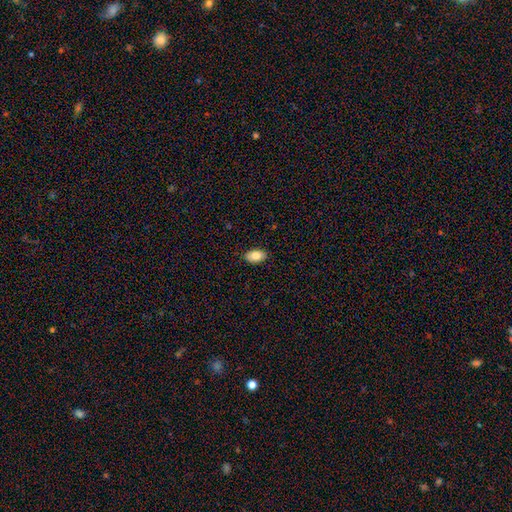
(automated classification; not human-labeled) Overall: smooth (83%). How rounded: in between (92%). Merging: none (88%).